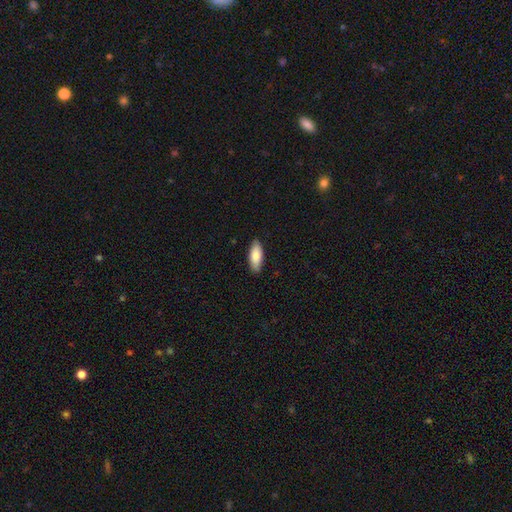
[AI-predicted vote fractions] A smooth galaxy with no disk features (83%) that is in between round and cigar-shaped (79%). Merging: none (88%).